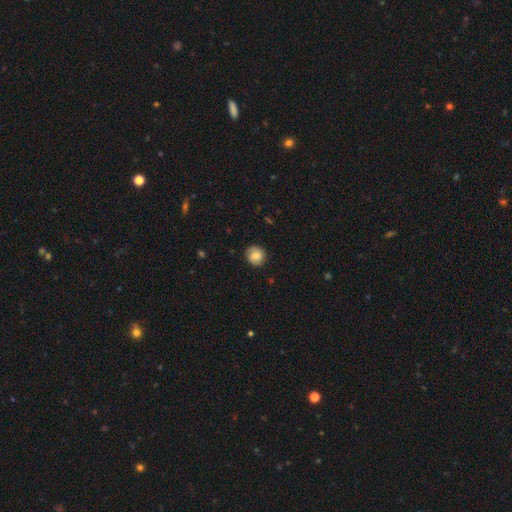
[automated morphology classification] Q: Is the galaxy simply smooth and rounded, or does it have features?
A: smooth — 72%.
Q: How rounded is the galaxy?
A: round — 88%.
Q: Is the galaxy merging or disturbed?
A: none — 82%.